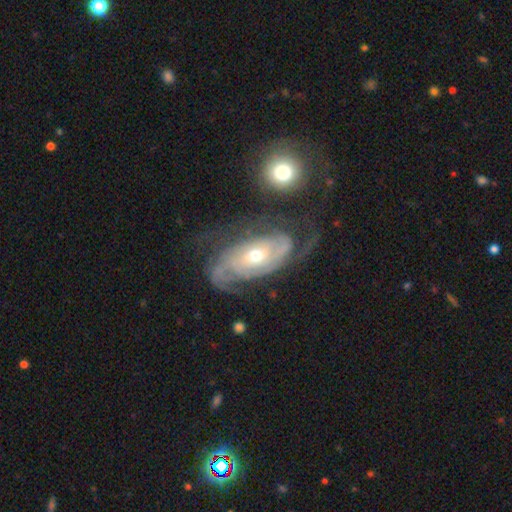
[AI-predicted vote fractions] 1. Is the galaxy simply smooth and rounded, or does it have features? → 86% featured or disk, 9% smooth, 5% star or artifact.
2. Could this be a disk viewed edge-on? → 94% no, 6% yes.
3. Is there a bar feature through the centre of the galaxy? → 70% no, 22% weak, 8% strong.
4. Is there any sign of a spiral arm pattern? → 94% yes, 6% no.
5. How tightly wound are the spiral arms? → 54% tight, 32% medium, 14% loose.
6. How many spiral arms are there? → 35% 2, 28% can't tell, 18% 3, 7% 4, 6% 1, 5% more than 4.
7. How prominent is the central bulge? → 60% moderate, 35% small, 3% large, 1% dominant, 1% none.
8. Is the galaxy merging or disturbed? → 53% none, 21% major disturbance, 20% minor disturbance, 6% merger.